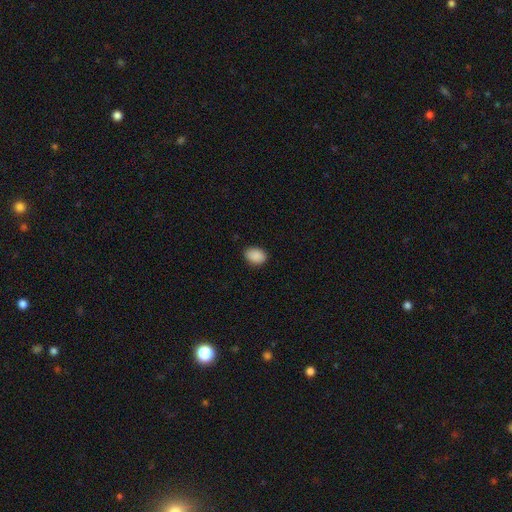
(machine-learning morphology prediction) Smooth or featured? Predicted: smooth (p=0.90). How rounded? Predicted: in between (p=0.76). Merging? Predicted: none (p=0.85).